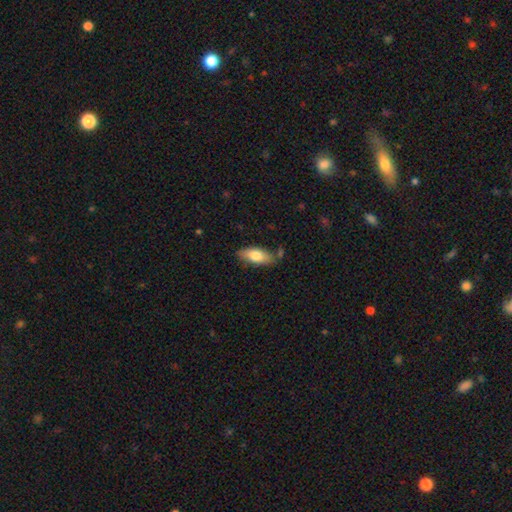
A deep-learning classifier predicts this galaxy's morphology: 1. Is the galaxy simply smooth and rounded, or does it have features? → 77% smooth, 17% featured or disk, 6% star or artifact.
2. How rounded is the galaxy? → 81% in between, 16% cigar-shaped, 2% round.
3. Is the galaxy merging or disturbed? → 77% none, 16% minor disturbance, 4% merger, 3% major disturbance.